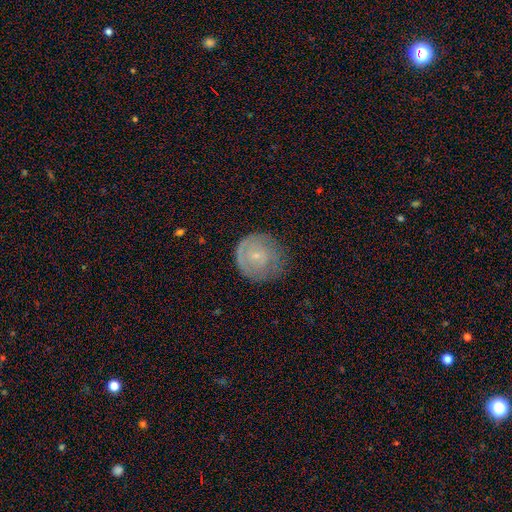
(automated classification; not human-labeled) A smooth galaxy with no disk features (47%). Merging: none (59%).